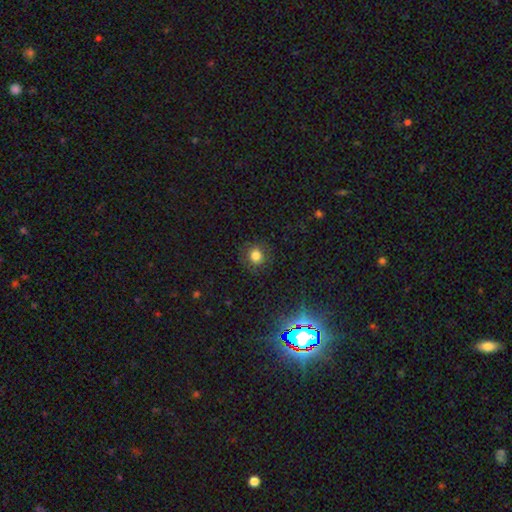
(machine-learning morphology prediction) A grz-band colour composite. It shows a smooth galaxy with no disk features (79%) that is round (84%). Merging: none (85%).